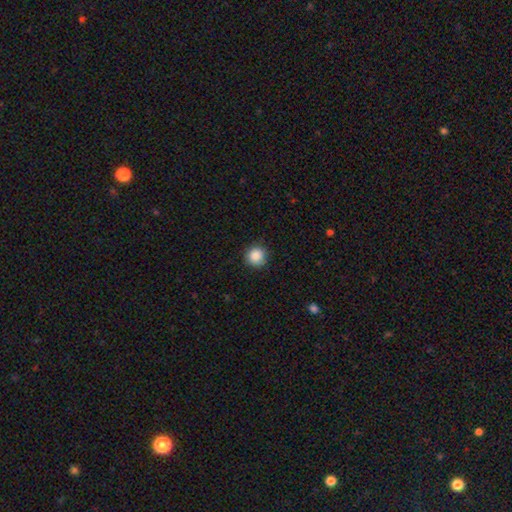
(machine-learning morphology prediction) Overall: smooth (88%). How rounded: round (93%). Merging: none (85%).